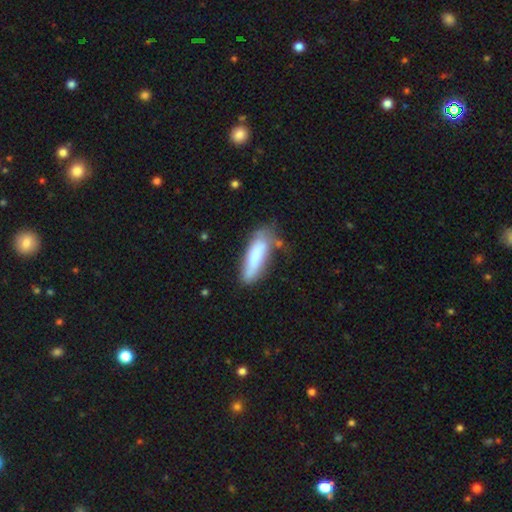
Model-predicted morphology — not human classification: Smooth or featured?
  - smooth: 70% *
  - featured or disk: 23%
  - star or artifact: 6%
How rounded?
  - cigar-shaped: 55% *
  - in between: 43%
  - round: 2%
Merging?
  - none: 53% *
  - minor disturbance: 29%
  - major disturbance: 11%
  - merger: 7%